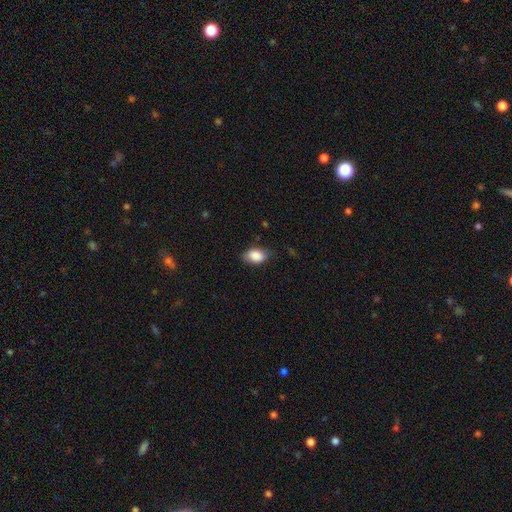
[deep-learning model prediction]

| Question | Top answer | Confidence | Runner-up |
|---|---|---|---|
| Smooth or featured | smooth | 86% | featured or disk (7%) |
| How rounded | in between | 89% | round (10%) |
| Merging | none | 72% | minor disturbance (22%) |